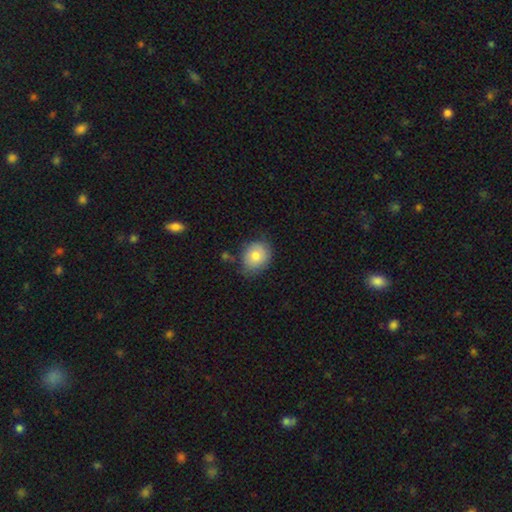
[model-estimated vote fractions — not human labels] Smooth or featured?
  - smooth: 79% *
  - featured or disk: 13%
  - star or artifact: 8%
How rounded?
  - round: 65% *
  - in between: 35%
  - cigar-shaped: 1%
Merging?
  - none: 69% *
  - minor disturbance: 23%
  - major disturbance: 5%
  - merger: 3%